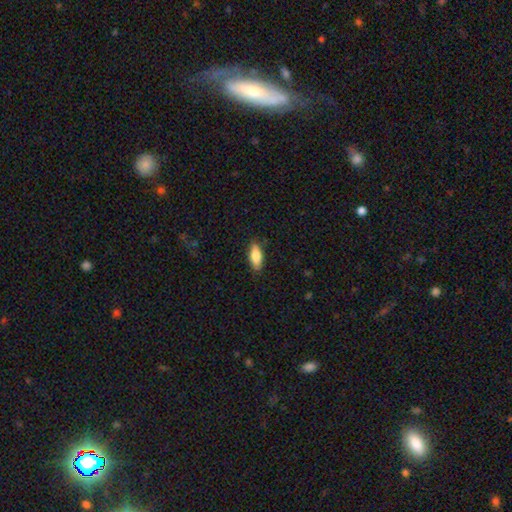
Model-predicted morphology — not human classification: A smooth galaxy with no disk features (82%) that is in between round and cigar-shaped (73%).

Vote fractions:
- Smooth or featured? smooth: 82% / featured or disk: 12% / star or artifact: 6%
- How rounded? in between: 73% / cigar-shaped: 25% / round: 2%
- Merging? none: 87% / minor disturbance: 10% / major disturbance: 2% / merger: 1%